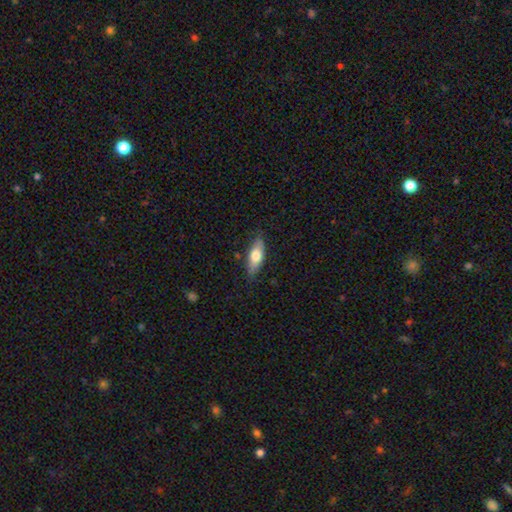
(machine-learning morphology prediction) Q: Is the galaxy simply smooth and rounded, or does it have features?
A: smooth — 67%.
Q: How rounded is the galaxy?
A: in between — 66%.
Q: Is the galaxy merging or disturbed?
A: none — 80%.